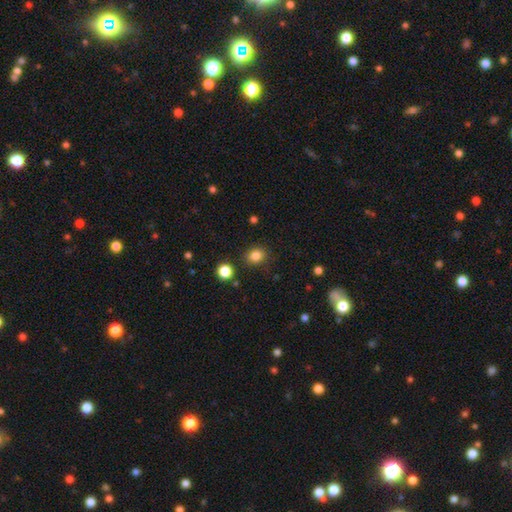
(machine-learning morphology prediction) Smooth or featured? smooth (84%)
How rounded? round (69%)
Merging? none (86%)